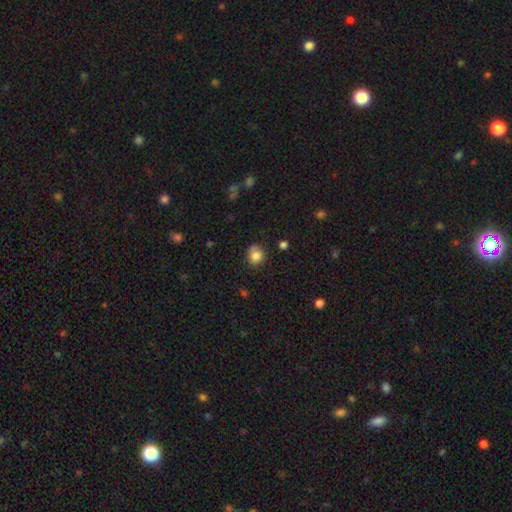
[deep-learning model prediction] The model was most divided on "merging": none: 63%, minor disturbance: 22%, merger: 8%, major disturbance: 6%. More confident: smooth or featured — smooth (82%); how rounded — round (80%).